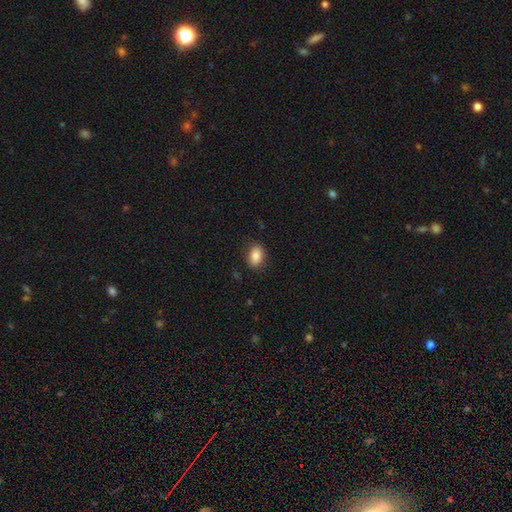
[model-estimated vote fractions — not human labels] Smooth or featured? Predicted: smooth (p=0.86). How rounded? Predicted: in between (p=0.81). Merging? Predicted: none (p=0.83).